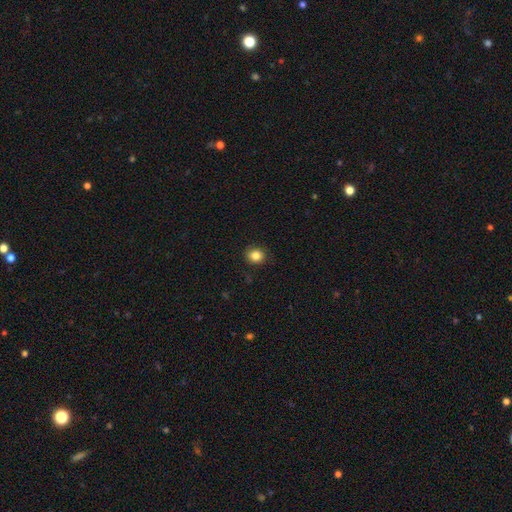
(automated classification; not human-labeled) This appears to be a smooth galaxy with no disk features (84%) that is round (75%). Merging: none (85%).